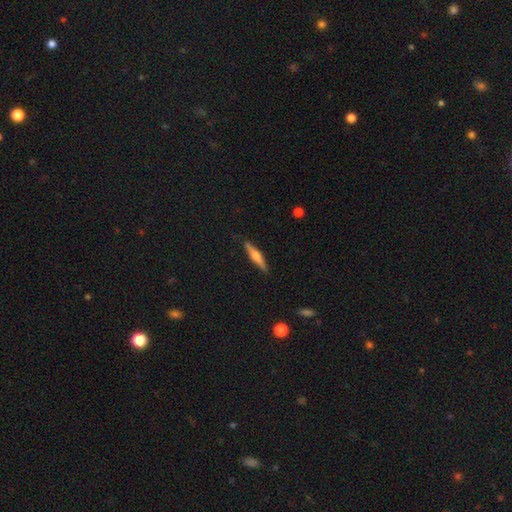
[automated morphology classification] Smooth or featured?
  - featured or disk: 60% *
  - smooth: 35%
  - star or artifact: 5%
Edge-on disk?
  - yes: 97% *
  - no: 3%
Edge-on bulge?
  - rounded: 89% *
  - boxy: 5%
  - none: 5%
Merging?
  - none: 89% *
  - minor disturbance: 8%
  - major disturbance: 2%
  - merger: 1%